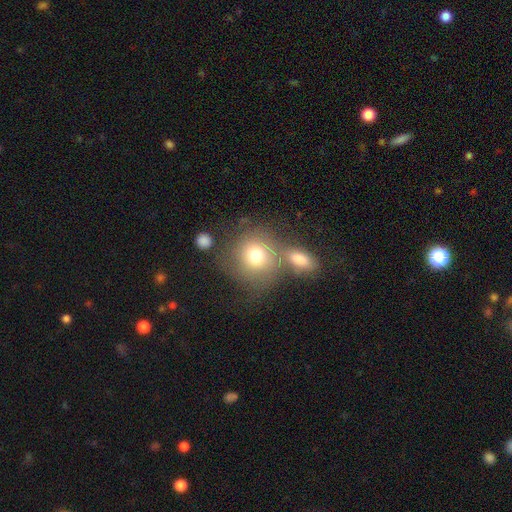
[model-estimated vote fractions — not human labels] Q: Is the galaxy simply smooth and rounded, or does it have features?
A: smooth — 72%.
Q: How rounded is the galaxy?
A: round — 84%.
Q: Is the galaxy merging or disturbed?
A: none — 47%.